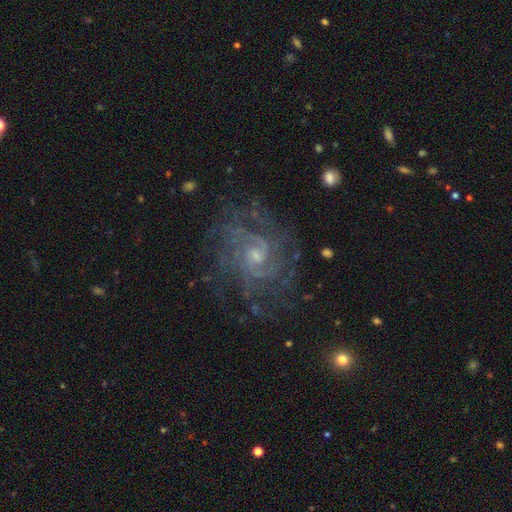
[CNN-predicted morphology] A featured or disk galaxy (88%) with no bar (52%), 2 (30%) tight (51%) spiral arms (96%) and a small central bulge (65%). Merging: none (72%).